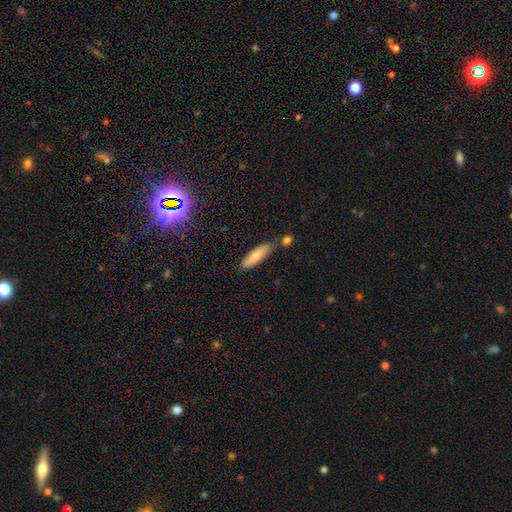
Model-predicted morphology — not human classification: smooth-or-featured: smooth: 78% | featured or disk: 16% | star or artifact: 7%
  how-rounded: cigar-shaped: 54% | in between: 45% | round: 2%
  merging: none: 68% | minor disturbance: 16% | merger: 12% | major disturbance: 3%